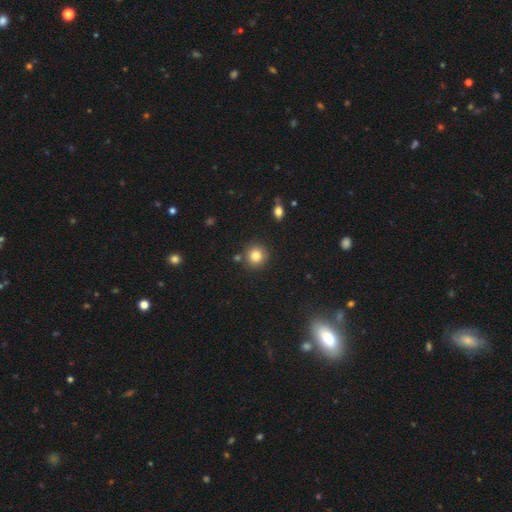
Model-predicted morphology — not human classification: A smooth galaxy with no disk features (83%) that is round (91%). Merging: none (85%).